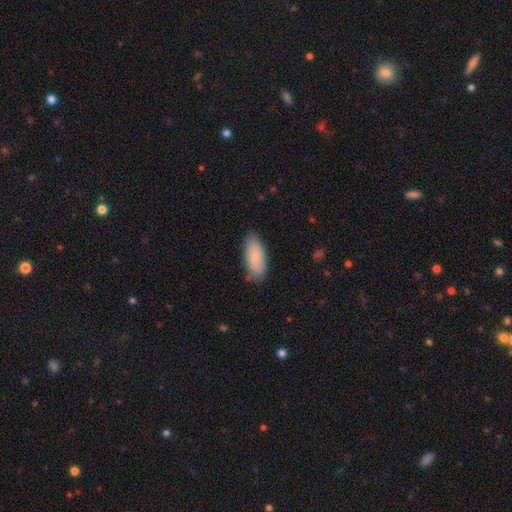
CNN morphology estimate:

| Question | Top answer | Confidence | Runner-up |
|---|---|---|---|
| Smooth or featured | smooth | 85% | featured or disk (9%) |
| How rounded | in between | 81% | cigar-shaped (17%) |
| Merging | none | 81% | minor disturbance (15%) |